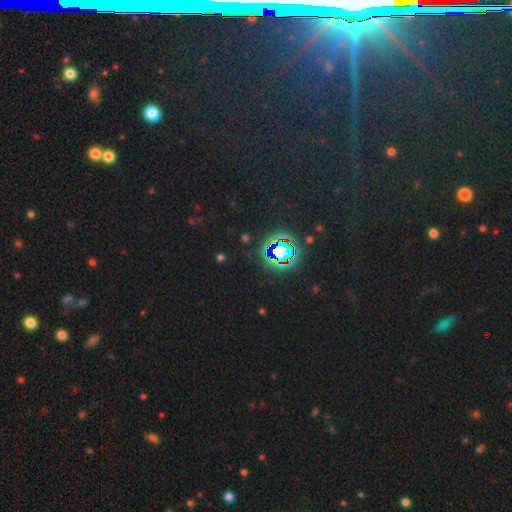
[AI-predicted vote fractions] Smooth or featured? Predicted: star or artifact (p=0.81).